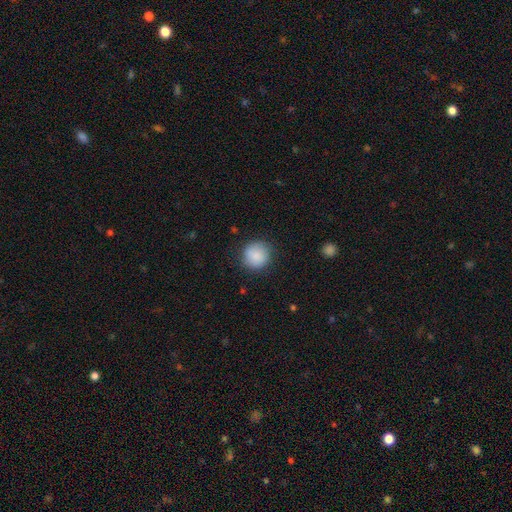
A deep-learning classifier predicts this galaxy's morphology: Smooth or featured: smooth — 87% (star or artifact — 7%)
How rounded: round — 93% (in between — 6%)
Merging: none — 83% (minor disturbance — 12%)